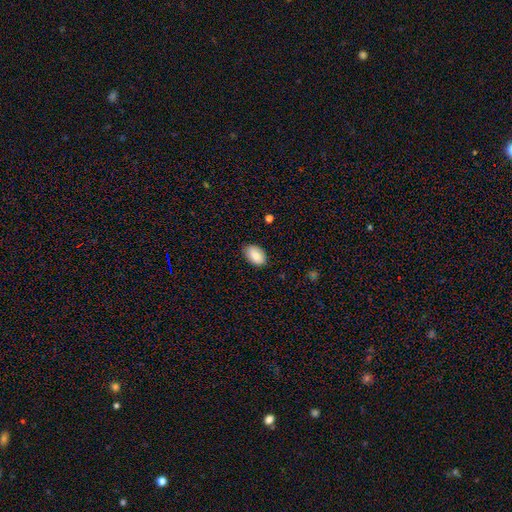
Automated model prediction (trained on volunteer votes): A smooth galaxy with no disk features (86%) that is in between round and cigar-shaped (90%).

Vote fractions:
- Smooth or featured? smooth: 86% / star or artifact: 7% / featured or disk: 7%
- How rounded? in between: 90% / round: 9% / cigar-shaped: 1%
- Merging? none: 81% / minor disturbance: 16% / major disturbance: 2% / merger: 1%